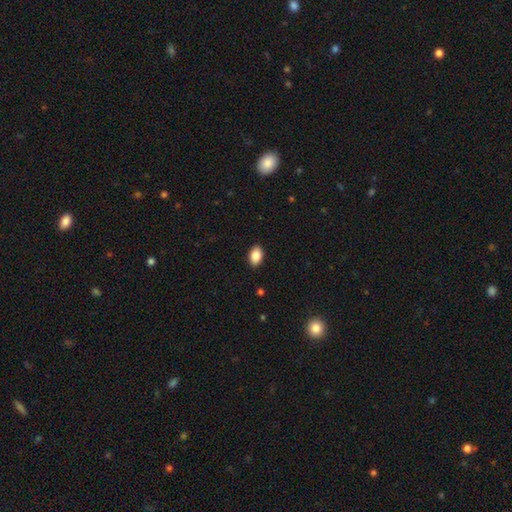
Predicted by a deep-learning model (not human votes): This is clearly a smooth galaxy (87%). How rounded: clearly in between (89%). Merging: clearly none (90%).